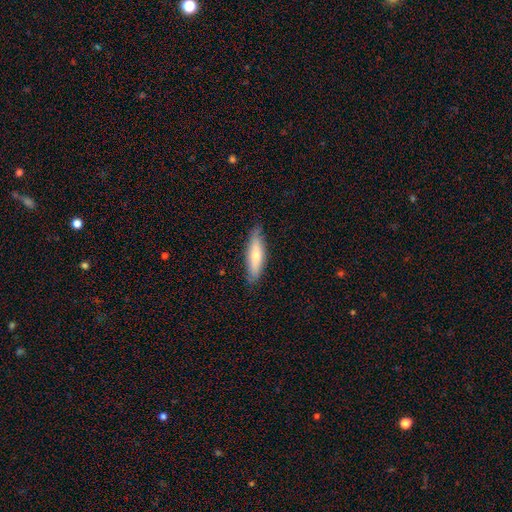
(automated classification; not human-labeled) The model was most divided on "how rounded": cigar-shaped: 66%, in between: 32%, round: 2%. More confident: merging — none (81%); smooth or featured — smooth (69%).